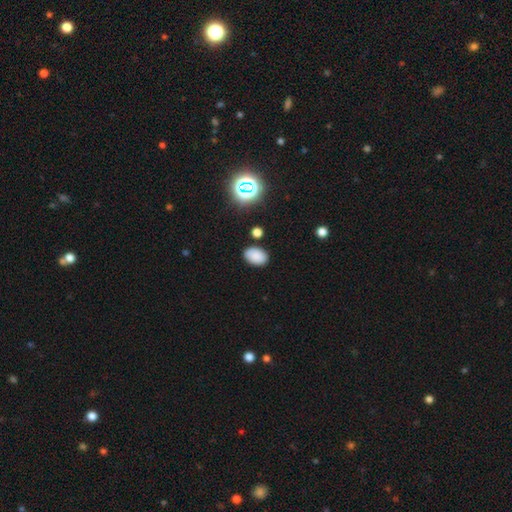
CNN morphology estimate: This appears to be a smooth galaxy with no disk features (83%) that is in between round and cigar-shaped (88%). Merging: none (85%).